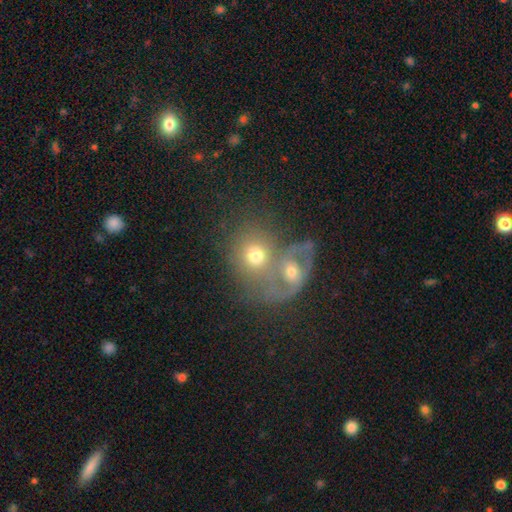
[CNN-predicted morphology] Smooth or featured? Predicted: smooth (p=0.55). How rounded? Predicted: round (p=0.63). Merging? Predicted: merger (p=0.64).